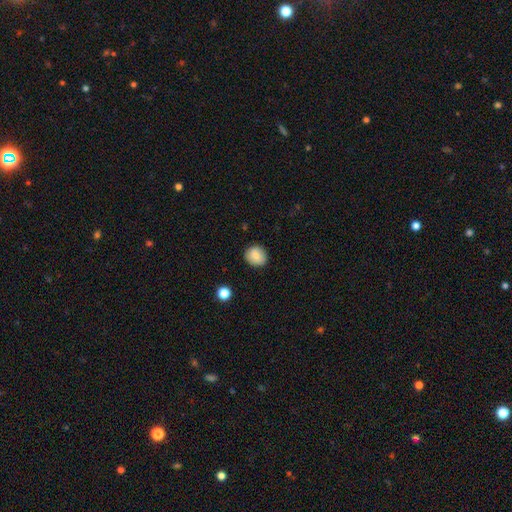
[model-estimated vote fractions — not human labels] Smooth or featured: smooth — 82% (featured or disk — 9%)
How rounded: round — 78% (in between — 21%)
Merging: none — 87% (minor disturbance — 10%)